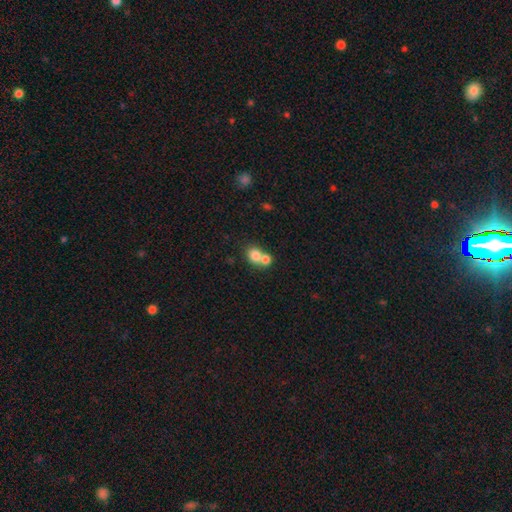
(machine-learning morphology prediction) Smooth or featured: smooth — 78% (featured or disk — 12%)
How rounded: round — 68% (in between — 31%)
Merging: merger — 60% (none — 31%)